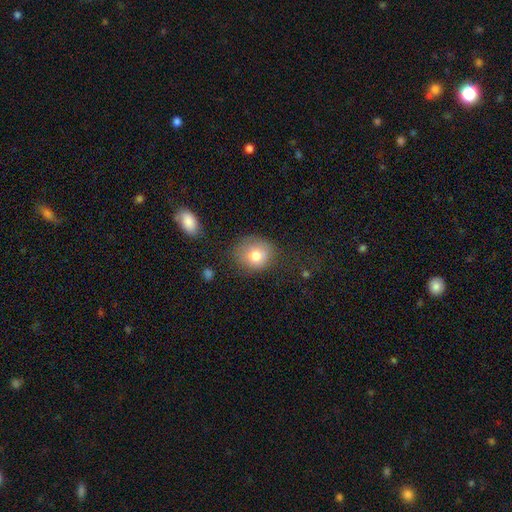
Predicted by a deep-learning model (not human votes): Overall: smooth (77%). How rounded: round (74%). Merging: none (68%).